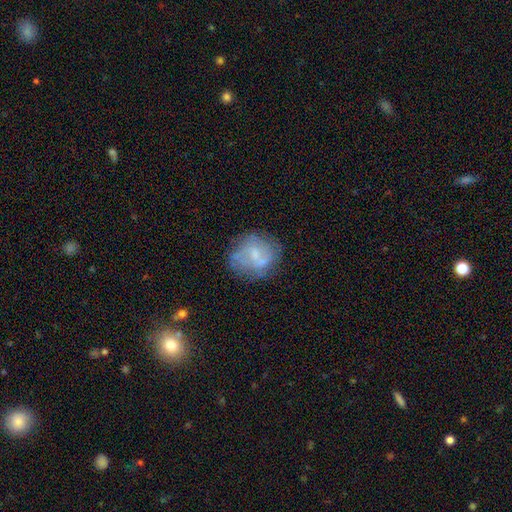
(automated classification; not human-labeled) This appears to be a featured or disk galaxy (49%). Merging: none (57%).